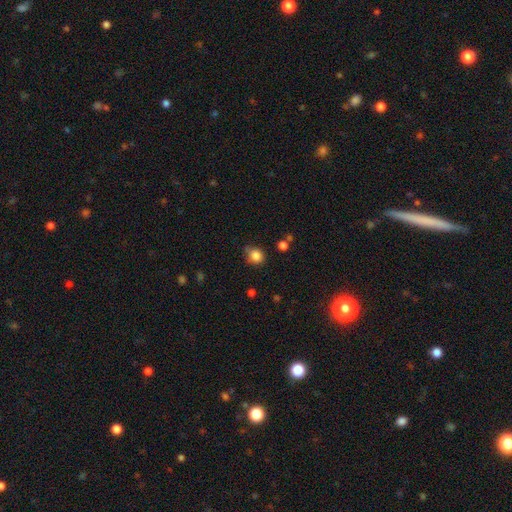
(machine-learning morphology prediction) type=smooth (84%); roundness=round (80%); merging=none (68%).